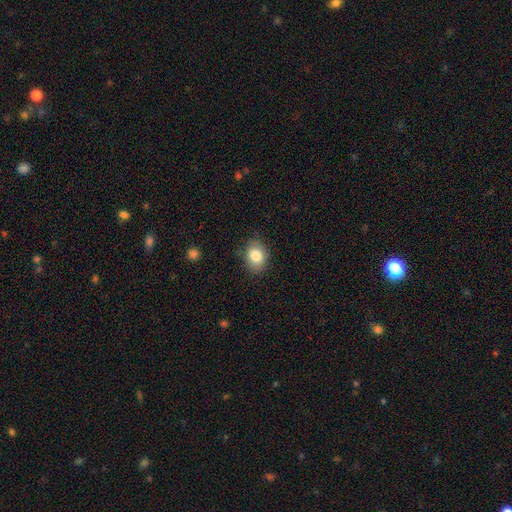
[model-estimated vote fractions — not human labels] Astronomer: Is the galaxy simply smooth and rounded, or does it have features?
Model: smooth — 83%.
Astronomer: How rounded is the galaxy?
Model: in between — 67%.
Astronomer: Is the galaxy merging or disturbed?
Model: none — 82%.